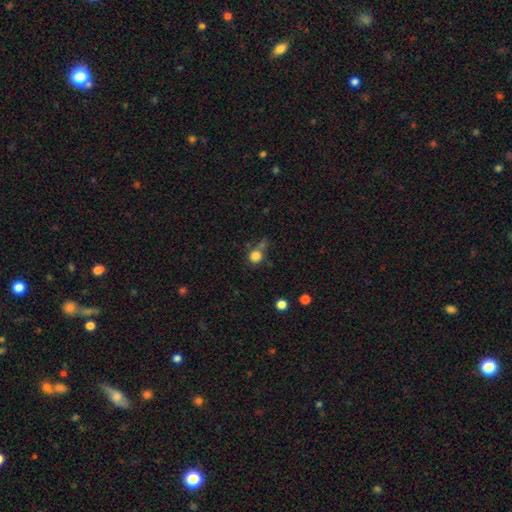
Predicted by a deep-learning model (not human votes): Smooth or featured: smooth — 81% (star or artifact — 12%)
How rounded: round — 85% (in between — 14%)
Merging: none — 51% (merger — 20%)